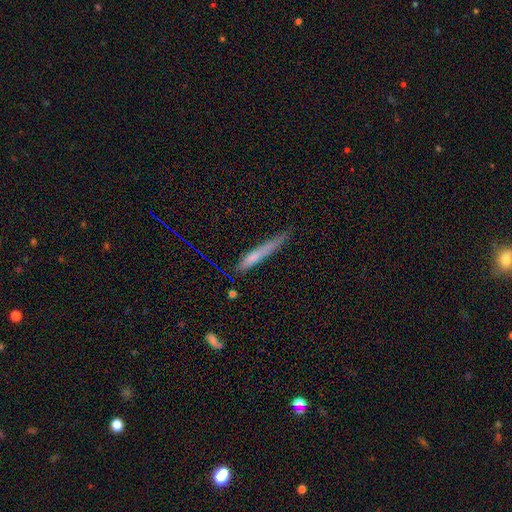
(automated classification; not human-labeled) Morphology: type=smooth (63%); roundness=cigar-shaped (95%); merging=none (66%).